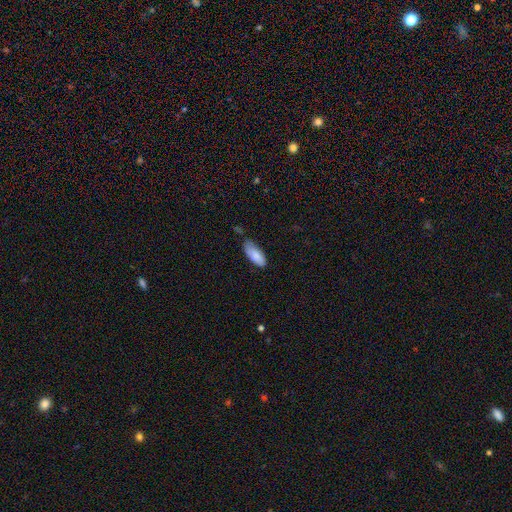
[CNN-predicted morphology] The model was most divided on "merging": none: 54%, minor disturbance: 35%, major disturbance: 7%, merger: 4%. More confident: smooth or featured — smooth (86%); how rounded — in between (78%).